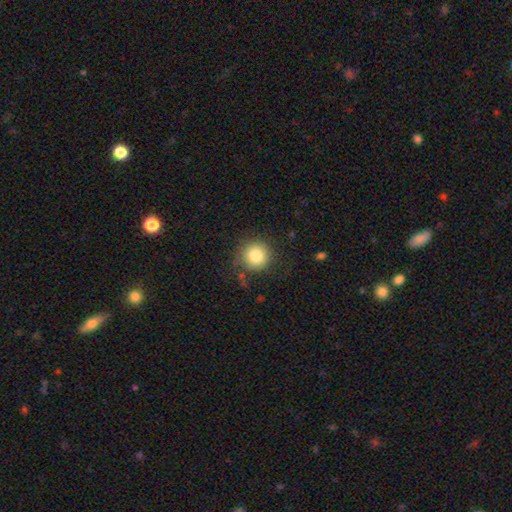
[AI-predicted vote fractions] Smooth or featured?
  - smooth: 82% *
  - star or artifact: 10%
  - featured or disk: 8%
How rounded?
  - round: 94% *
  - in between: 5%
  - cigar-shaped: 1%
Merging?
  - none: 84% *
  - minor disturbance: 10%
  - major disturbance: 4%
  - merger: 2%